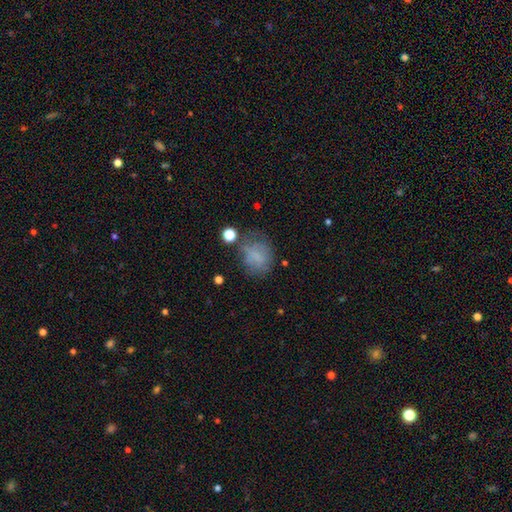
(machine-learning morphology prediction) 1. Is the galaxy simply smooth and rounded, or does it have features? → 63% smooth, 21% featured or disk, 15% star or artifact.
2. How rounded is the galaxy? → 60% round, 38% in between, 1% cigar-shaped.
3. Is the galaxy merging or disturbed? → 50% none, 25% minor disturbance, 19% major disturbance, 6% merger.